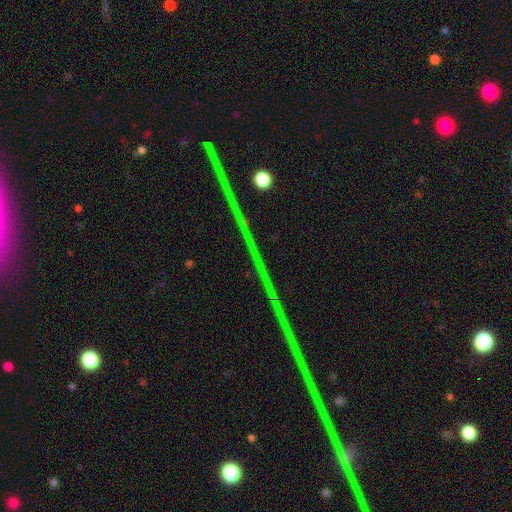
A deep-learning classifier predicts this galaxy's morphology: Smooth or featured?
  - star or artifact: 79% *
  - featured or disk: 14%
  - smooth: 7%